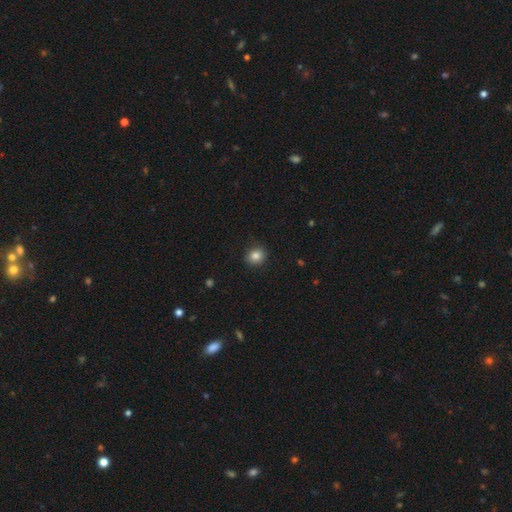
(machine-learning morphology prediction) smooth_or_featured: smooth (p=0.84) [alt: star or artifact p=0.10]
how_rounded: round (p=0.74) [alt: in between p=0.25]
merging: none (p=0.86) [alt: minor disturbance p=0.11]